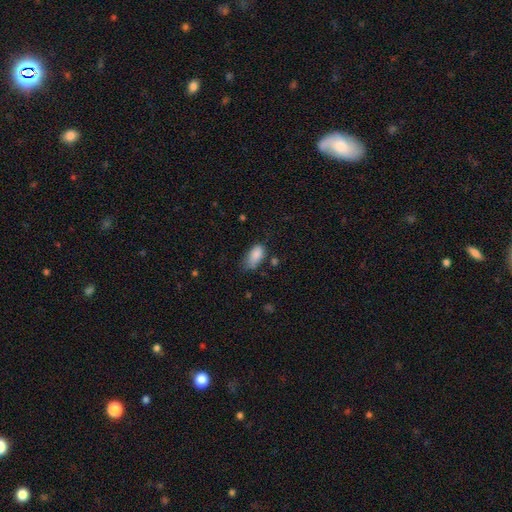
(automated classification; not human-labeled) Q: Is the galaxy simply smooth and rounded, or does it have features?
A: smooth — 85%.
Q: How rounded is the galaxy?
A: in between — 91%.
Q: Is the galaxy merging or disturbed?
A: none — 43%.